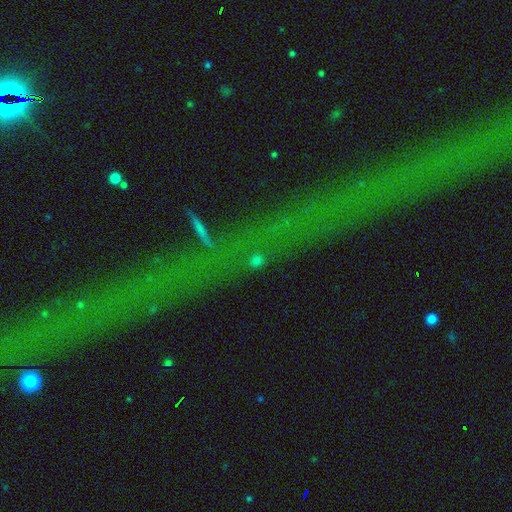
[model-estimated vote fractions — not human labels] star or artifact 68%, featured or disk 18%, smooth 14%.